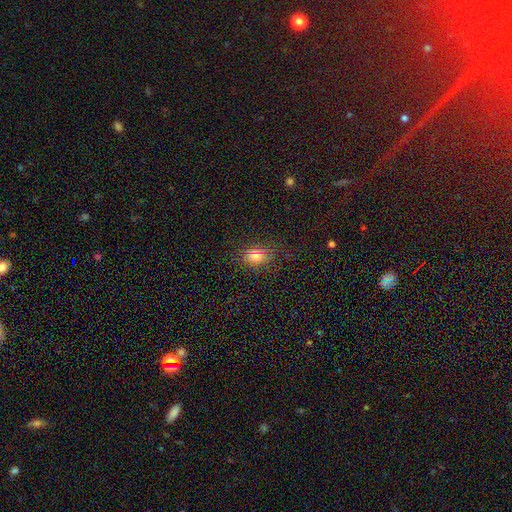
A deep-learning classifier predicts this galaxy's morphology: Smooth or featured? Predicted: smooth (p=0.71). How rounded? Predicted: in between (p=0.69). Merging? Predicted: none (p=0.83).